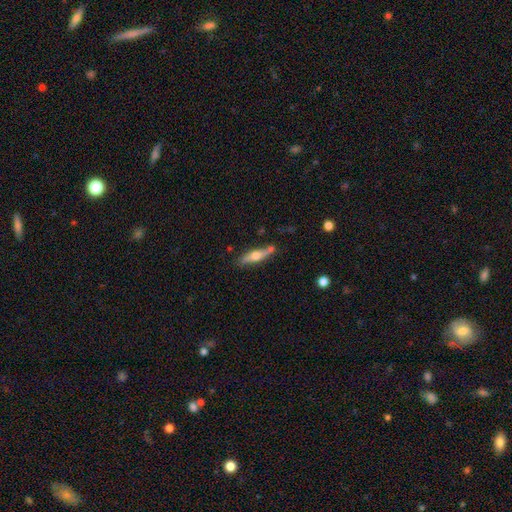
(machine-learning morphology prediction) smooth-or-featured: featured or disk: 51% | smooth: 44% | star or artifact: 6%
  disk-edge-on: yes: 89% | no: 11%
  merging: none: 72% | minor disturbance: 16% | merger: 9% | major disturbance: 4%